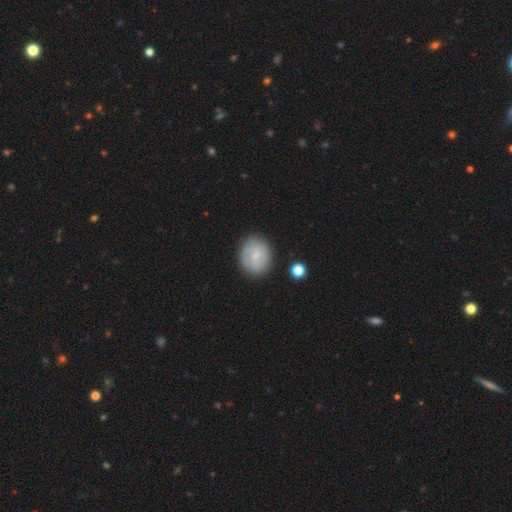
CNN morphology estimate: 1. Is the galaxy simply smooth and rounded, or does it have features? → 60% smooth, 33% featured or disk, 7% star or artifact.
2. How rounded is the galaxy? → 68% round, 31% in between, 1% cigar-shaped.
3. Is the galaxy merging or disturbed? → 83% none, 12% minor disturbance, 3% major disturbance, 2% merger.